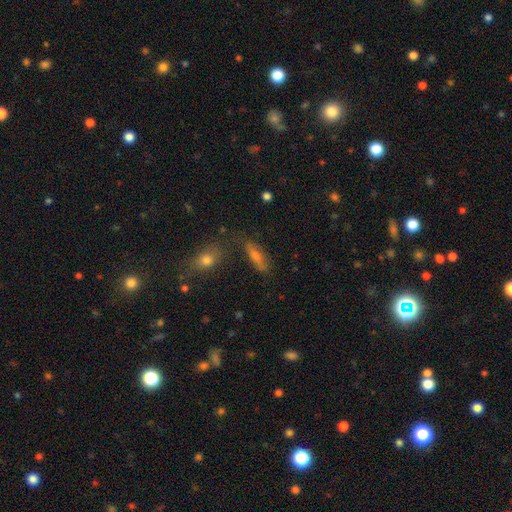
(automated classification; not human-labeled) A smooth galaxy with no disk features (56%) that is cigar-shaped (55%). Merging: none (69%).